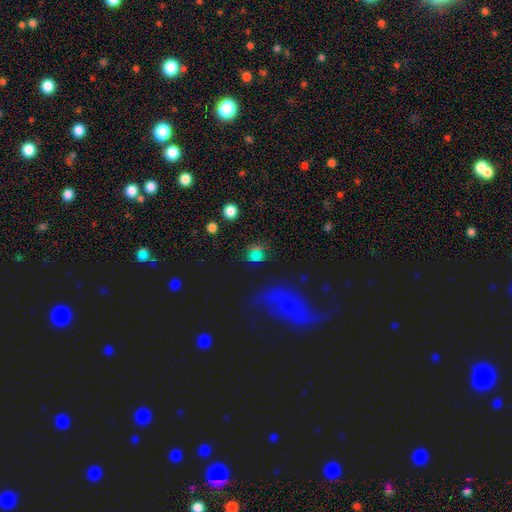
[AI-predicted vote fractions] Overall: smooth (56%; star or artifact 33%). How rounded: round (65%; in between 32%). Merging: none (66%).